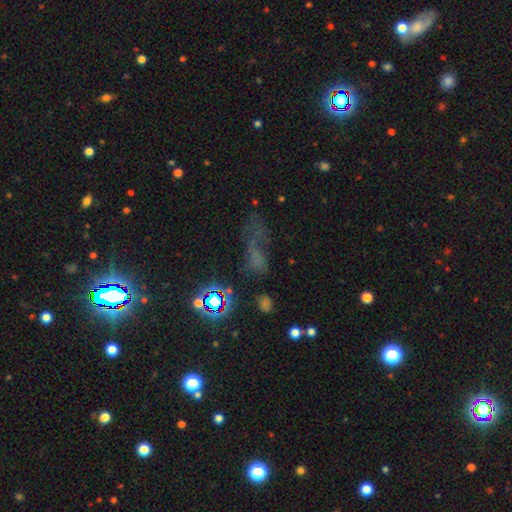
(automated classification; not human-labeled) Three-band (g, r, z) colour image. It shows a star or artifact, not a galaxy (42%).